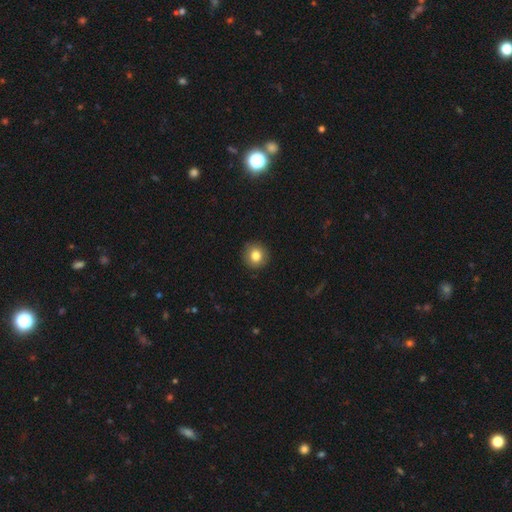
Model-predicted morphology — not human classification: type=smooth (82%); roundness=round (93%); merging=none (91%).